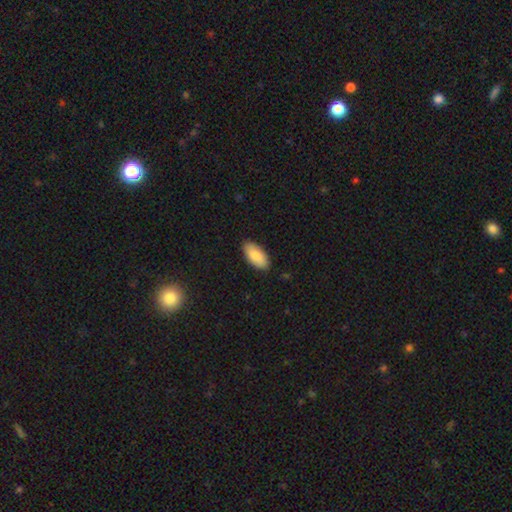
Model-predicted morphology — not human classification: Overall: smooth (87%). How rounded: in between (93%). Merging: none (87%).